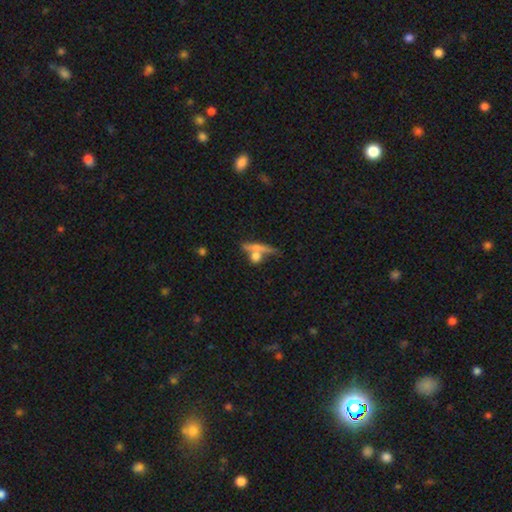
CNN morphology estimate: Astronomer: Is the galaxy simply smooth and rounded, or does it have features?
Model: smooth — 63%.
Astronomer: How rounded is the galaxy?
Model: cigar-shaped — 39% (runner-up: round, 35%).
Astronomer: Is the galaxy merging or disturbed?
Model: none — 42% (runner-up: merger, 37%).